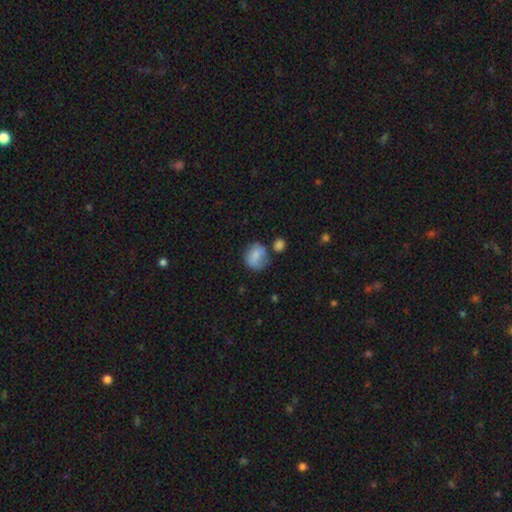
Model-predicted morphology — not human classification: Smooth or featured: smooth — 77% (featured or disk — 15%)
How rounded: round — 67% (in between — 32%)
Merging: none — 52% (minor disturbance — 25%)